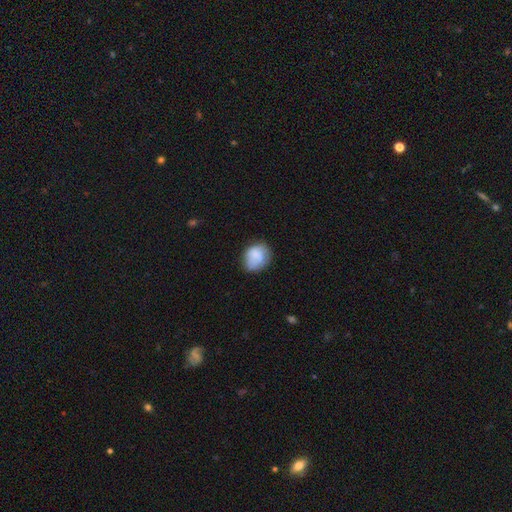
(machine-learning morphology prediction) A smooth galaxy with no disk features (81%) that is round (55%).

Vote fractions:
- Smooth or featured? smooth: 81% / featured or disk: 12% / star or artifact: 7%
- How rounded? round: 55% / in between: 44% / cigar-shaped: 1%
- Merging? none: 65% / minor disturbance: 26% / major disturbance: 7% / merger: 2%